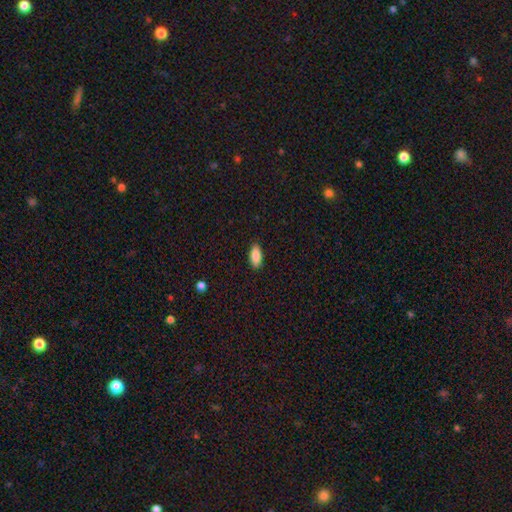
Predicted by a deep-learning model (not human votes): Smooth or featured?
  - smooth: 88% *
  - star or artifact: 7%
  - featured or disk: 5%
How rounded?
  - in between: 88% *
  - cigar-shaped: 10%
  - round: 2%
Merging?
  - none: 89% *
  - minor disturbance: 9%
  - major disturbance: 2%
  - merger: 1%